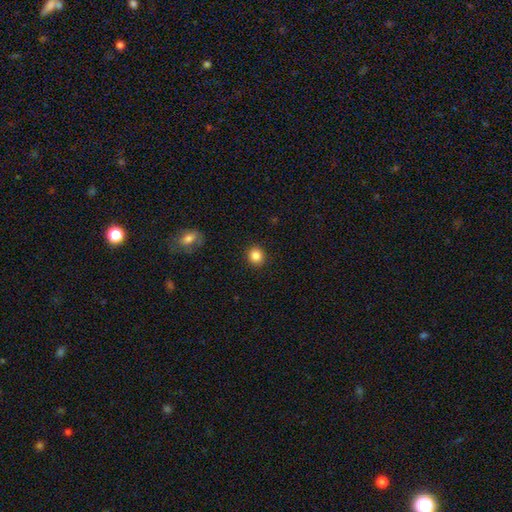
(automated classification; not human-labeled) smooth 85%, star or artifact 10%, featured or disk 5%. Down the decision tree: how rounded — round (84%); merging — none (91%).